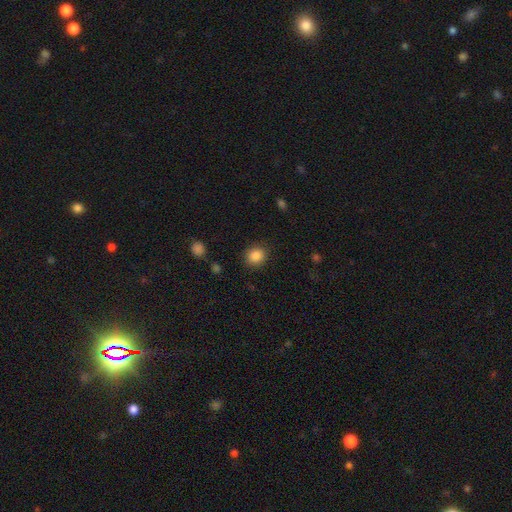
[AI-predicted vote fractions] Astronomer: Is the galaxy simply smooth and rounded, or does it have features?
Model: smooth — 86%.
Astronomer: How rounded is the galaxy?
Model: round — 78%.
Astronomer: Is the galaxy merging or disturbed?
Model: none — 88%.